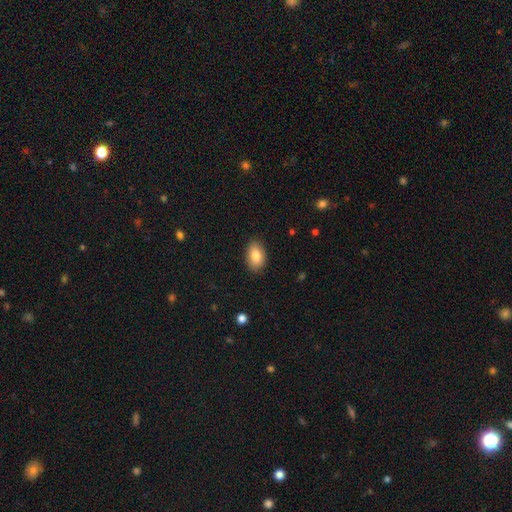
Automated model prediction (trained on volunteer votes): A smooth galaxy with no disk features (84%) that is in between round and cigar-shaped (89%). Merging: none (87%).